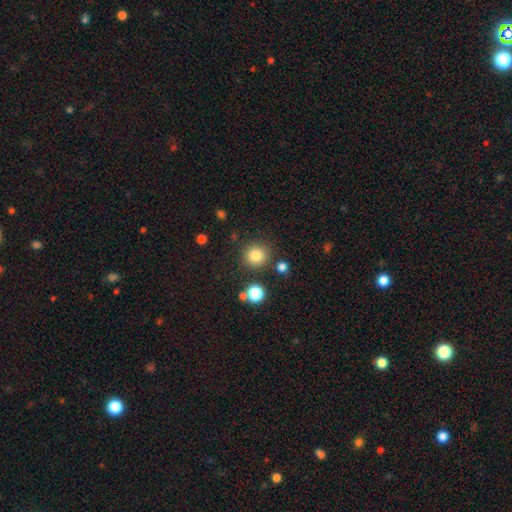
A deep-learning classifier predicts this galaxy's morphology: smooth-or-featured: smooth: 82% | star or artifact: 12% | featured or disk: 6%
  how-rounded: round: 92% | in between: 7% | cigar-shaped: 1%
  merging: none: 84% | minor disturbance: 8% | merger: 5% | major disturbance: 3%